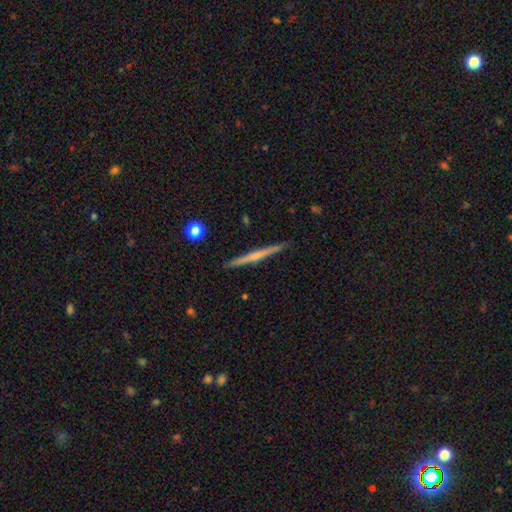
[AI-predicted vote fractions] smooth-or-featured: featured or disk: 62% | smooth: 33% | star or artifact: 6%
  disk-edge-on: yes: 98% | no: 2%
    edge-on-bulge: none: 52% | rounded: 40% | boxy: 8%
  merging: none: 92% | minor disturbance: 6% | major disturbance: 1% | merger: 1%